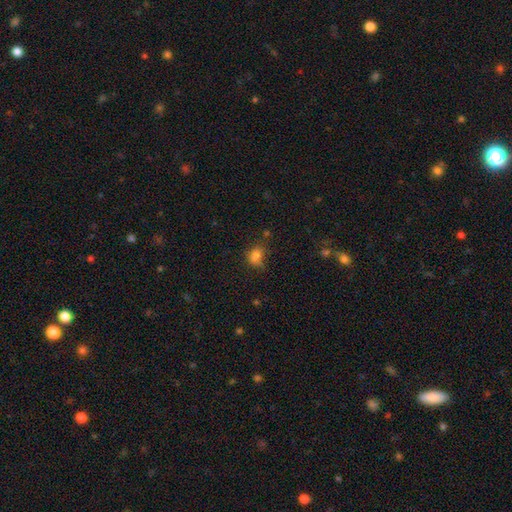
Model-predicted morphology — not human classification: Smooth or featured? Predicted: smooth (p=0.76). How rounded? Predicted: in between (p=0.56). Merging? Predicted: none (p=0.43).